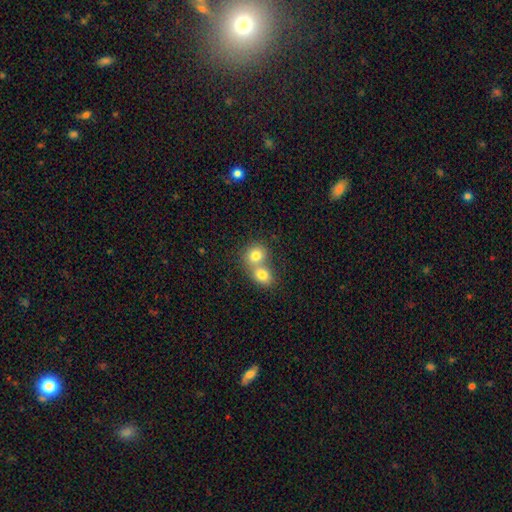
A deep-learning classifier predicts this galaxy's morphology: This is likely a smooth galaxy (78%). How rounded: likely round (74%). Merging: likely merger (62%).